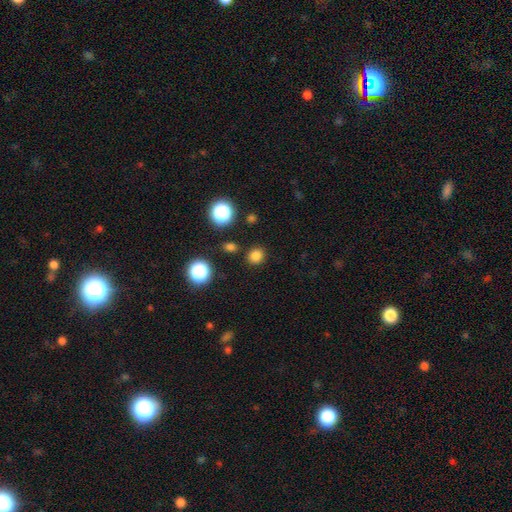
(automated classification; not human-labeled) Q: Smooth or featured?
A: smooth (79%); runner-up: star or artifact (17%)
Q: How rounded?
A: round (87%); runner-up: in between (12%)
Q: Merging?
A: none (87%); runner-up: minor disturbance (7%)